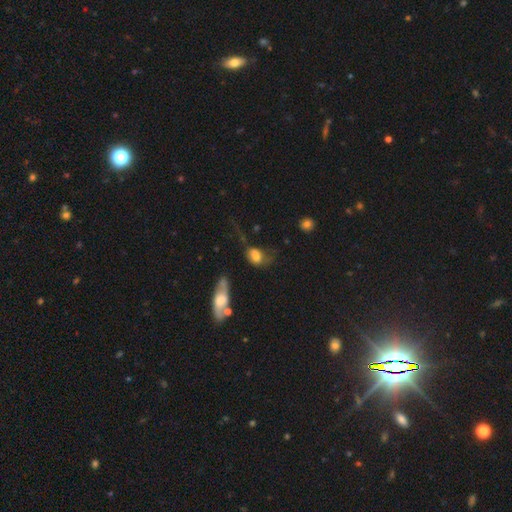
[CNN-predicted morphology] A smooth galaxy with no disk features (70%) that is in between round and cigar-shaped (78%). Merging: major disturbance (35%).